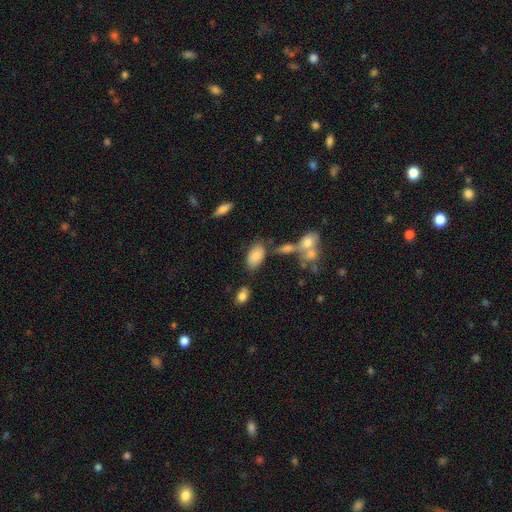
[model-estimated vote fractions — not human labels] This appears to be a smooth galaxy with no disk features (80%) that is in between round and cigar-shaped (93%). Merging: none (66%).